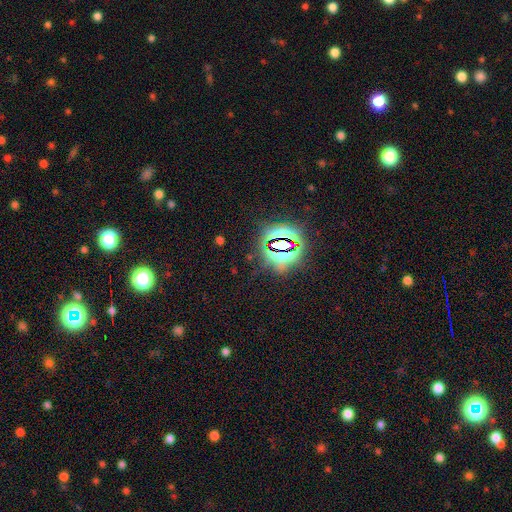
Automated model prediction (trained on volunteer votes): A star or artifact, not a galaxy (81%).